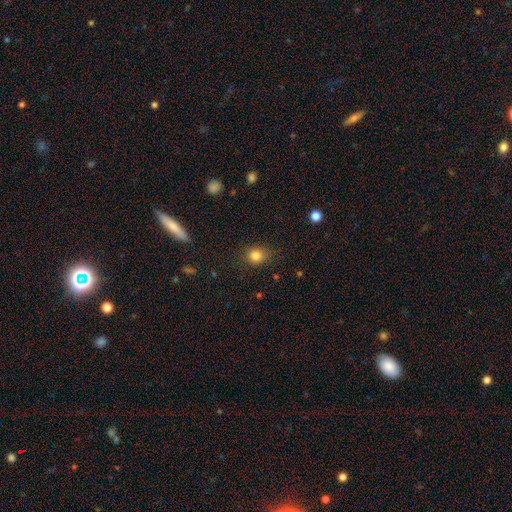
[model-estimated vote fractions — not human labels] Q: Smooth or featured?
A: smooth (82%); runner-up: star or artifact (12%)
Q: How rounded?
A: round (75%); runner-up: in between (24%)
Q: Merging?
A: none (83%); runner-up: minor disturbance (13%)